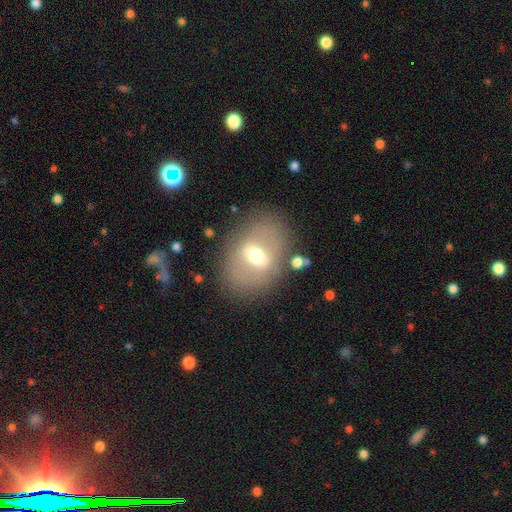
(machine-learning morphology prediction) The model was most divided on "smooth or featured": featured or disk: 50%, smooth: 41%, star or artifact: 9%. More confident: merging — none (77%).